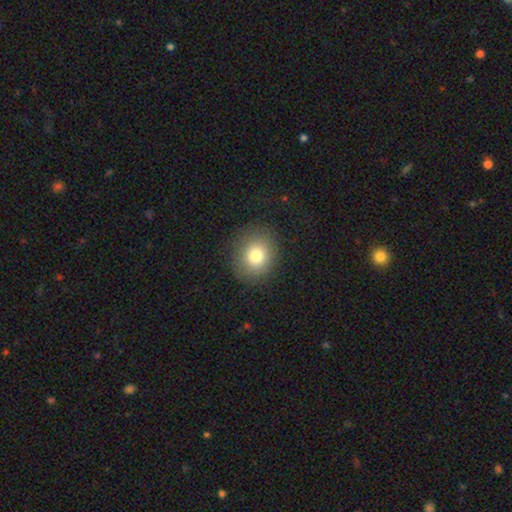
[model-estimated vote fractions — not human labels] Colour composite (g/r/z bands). It shows a smooth galaxy with no disk features (79%) that is round (70%). Merging: none (86%).